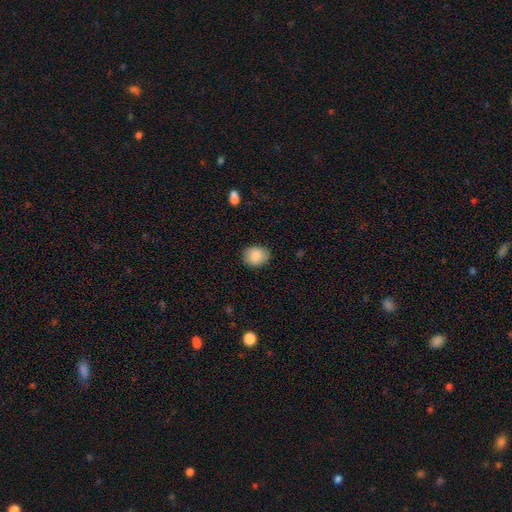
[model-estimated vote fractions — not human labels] Q: Smooth or featured?
A: smooth (87%); runner-up: star or artifact (7%)
Q: How rounded?
A: round (53%); runner-up: in between (46%)
Q: Merging?
A: none (83%); runner-up: minor disturbance (13%)